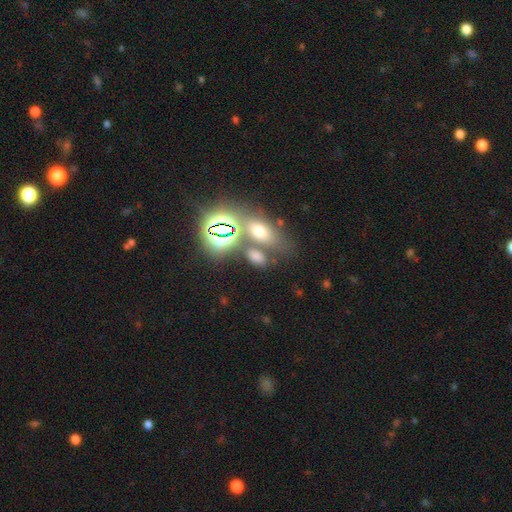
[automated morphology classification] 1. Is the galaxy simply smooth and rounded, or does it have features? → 61% smooth, 28% star or artifact, 11% featured or disk.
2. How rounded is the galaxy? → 80% in between, 15% round, 5% cigar-shaped.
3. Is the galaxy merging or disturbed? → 58% none, 23% merger, 12% minor disturbance, 6% major disturbance.